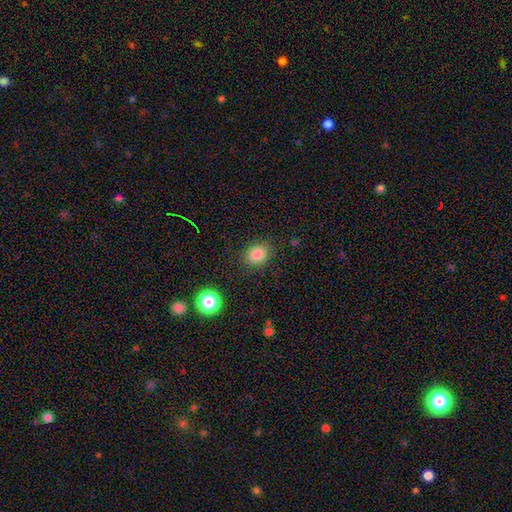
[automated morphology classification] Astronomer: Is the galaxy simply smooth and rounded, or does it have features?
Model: smooth — 84%.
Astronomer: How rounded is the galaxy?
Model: round — 52% (runner-up: in between, 47%).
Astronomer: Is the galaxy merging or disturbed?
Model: none — 85%.